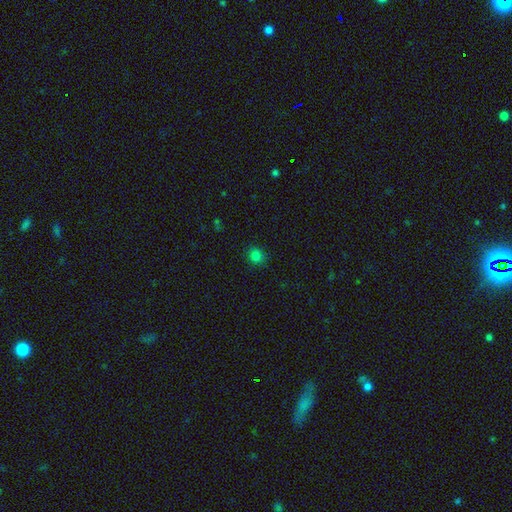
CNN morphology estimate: This appears to be a smooth galaxy with no disk features (80%) that is round (83%). Merging: none (89%).